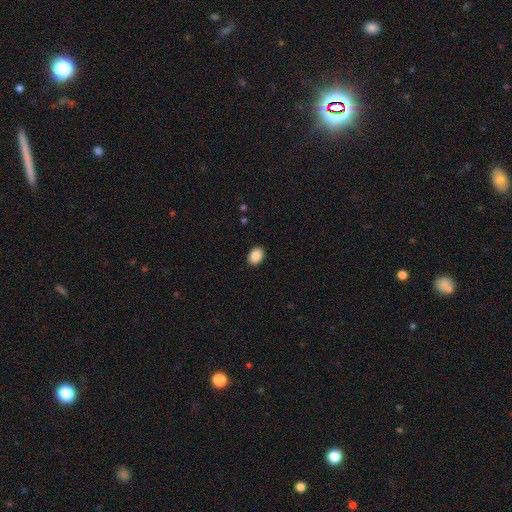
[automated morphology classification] Q: Smooth or featured?
A: smooth (90%); runner-up: star or artifact (8%)
Q: How rounded?
A: in between (75%); runner-up: round (24%)
Q: Merging?
A: none (91%); runner-up: minor disturbance (7%)